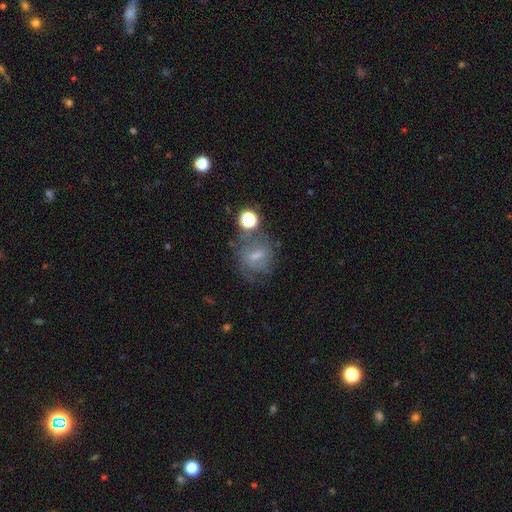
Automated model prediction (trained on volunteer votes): A featured or disk galaxy (48%). Merging: none (50%).